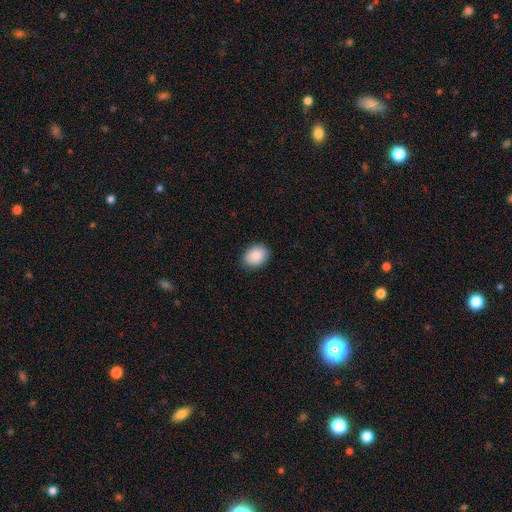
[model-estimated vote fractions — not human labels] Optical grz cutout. It shows a smooth galaxy with no disk features (89%) that is in between round and cigar-shaped (67%). Merging: none (88%).